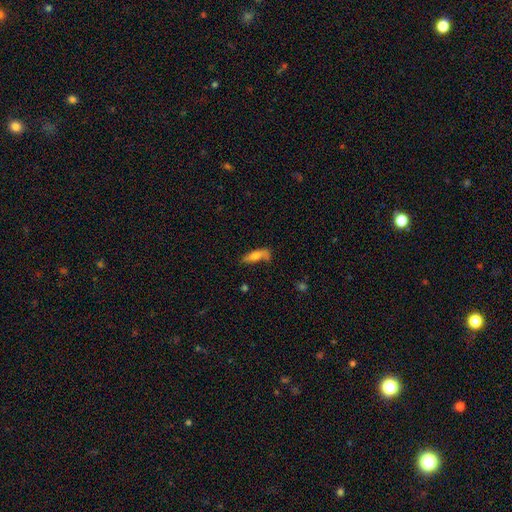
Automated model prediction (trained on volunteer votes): Morphology: type=smooth (63%); roundness=cigar-shaped (52%); merging=none (46%).